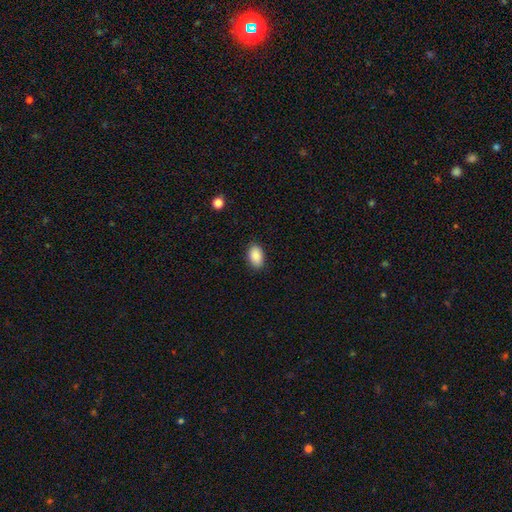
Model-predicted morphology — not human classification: This is clearly a smooth galaxy (89%). How rounded: clearly in between (90%). Merging: clearly none (87%).